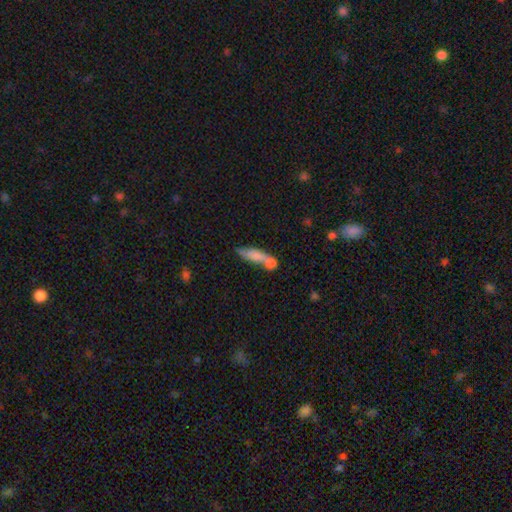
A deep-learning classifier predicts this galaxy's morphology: This appears to be a smooth galaxy with no disk features (72%) that is cigar-shaped (58%). Merging: merger (41%).